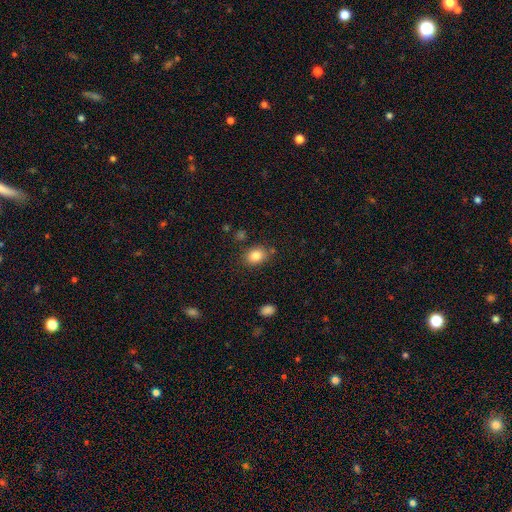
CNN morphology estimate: Overall: smooth (84%). How rounded: in between (64%; round 35%). Merging: none (80%).